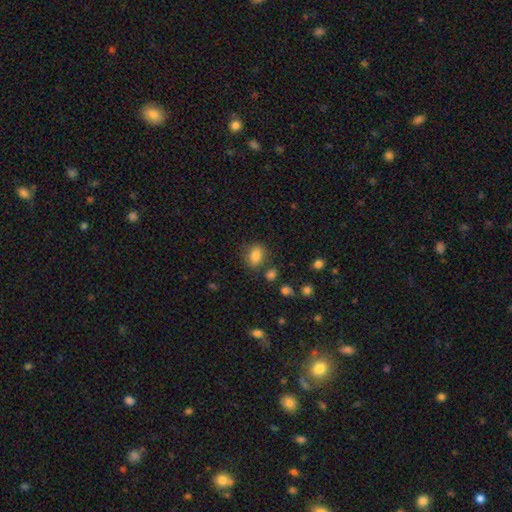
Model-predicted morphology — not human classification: smooth_or_featured: smooth (p=0.82) [alt: star or artifact p=0.11]
how_rounded: in between (p=0.65) [alt: round p=0.33]
merging: none (p=0.71) [alt: minor disturbance p=0.17]